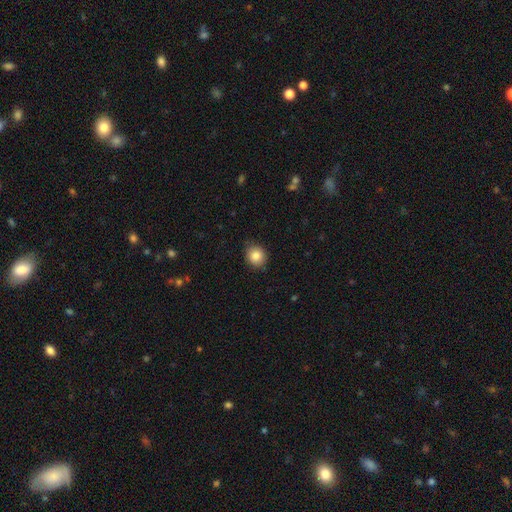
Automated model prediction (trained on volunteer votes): Smooth or featured?
  - smooth: 84% *
  - star or artifact: 9%
  - featured or disk: 7%
How rounded?
  - round: 74% *
  - in between: 25%
  - cigar-shaped: 1%
Merging?
  - none: 85% *
  - minor disturbance: 12%
  - major disturbance: 2%
  - merger: 1%